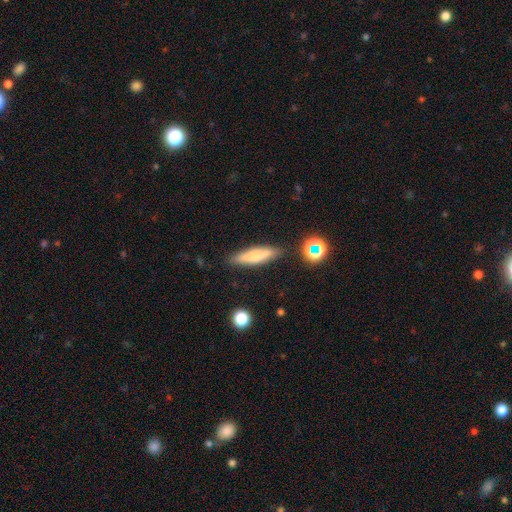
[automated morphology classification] Smooth or featured? smooth (66%)
How rounded? cigar-shaped (69%)
Merging? none (83%)